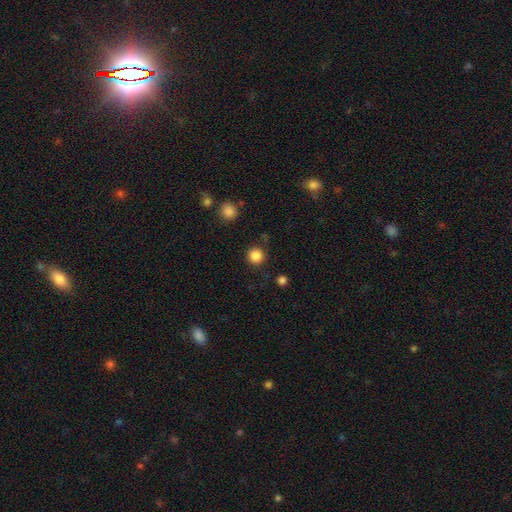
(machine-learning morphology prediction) smooth_or_featured: smooth (p=0.85) [alt: star or artifact p=0.12]
how_rounded: round (p=0.94) [alt: in between p=0.05]
merging: none (p=0.89) [alt: minor disturbance p=0.07]